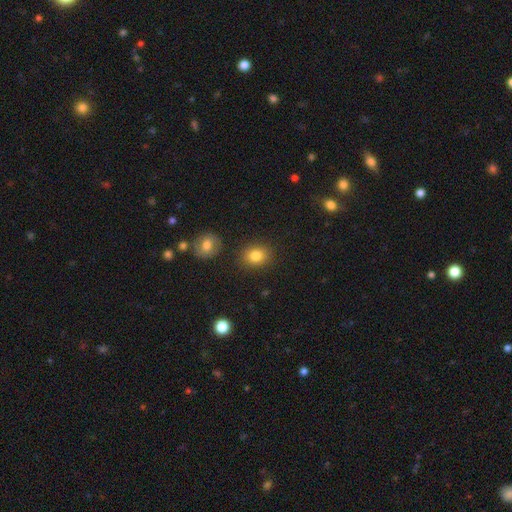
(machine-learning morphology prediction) A smooth galaxy with no disk features (83%) that is round (57%). Merging: none (85%).